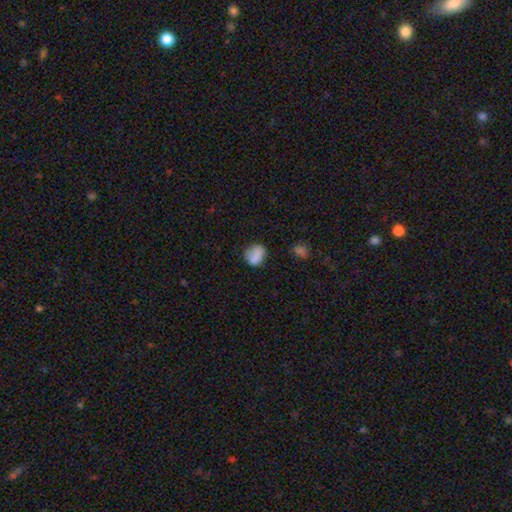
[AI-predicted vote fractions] smooth-or-featured: smooth: 78% | featured or disk: 11% | star or artifact: 10%
  how-rounded: round: 54% | in between: 45% | cigar-shaped: 1%
  merging: none: 56% | minor disturbance: 26% | major disturbance: 9% | merger: 8%